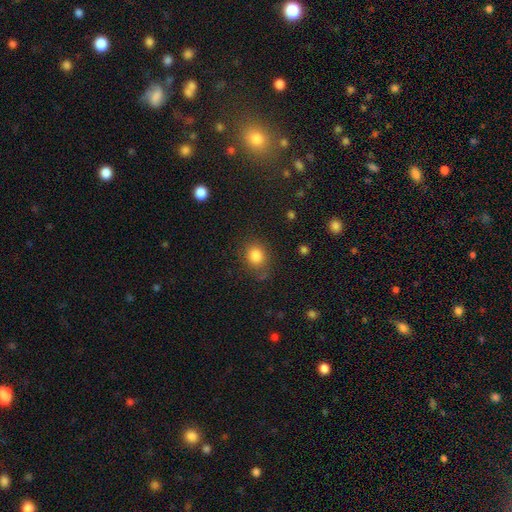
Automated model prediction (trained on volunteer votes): This appears to be a smooth galaxy with no disk features (84%) that is round (66%). Merging: none (74%).